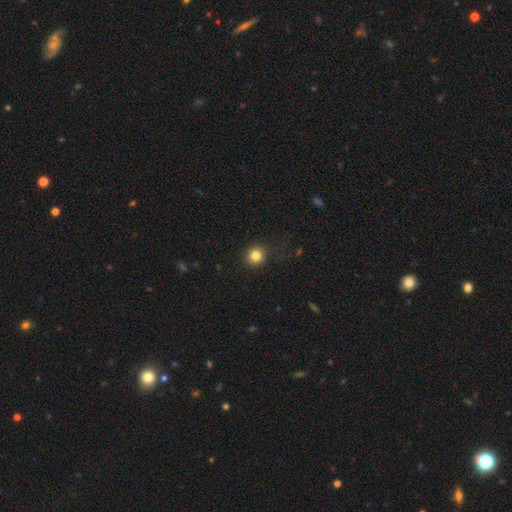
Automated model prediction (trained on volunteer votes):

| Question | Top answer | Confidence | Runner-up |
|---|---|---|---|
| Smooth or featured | smooth | 83% | star or artifact (12%) |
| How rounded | round | 91% | in between (8%) |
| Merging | none | 87% | minor disturbance (9%) |